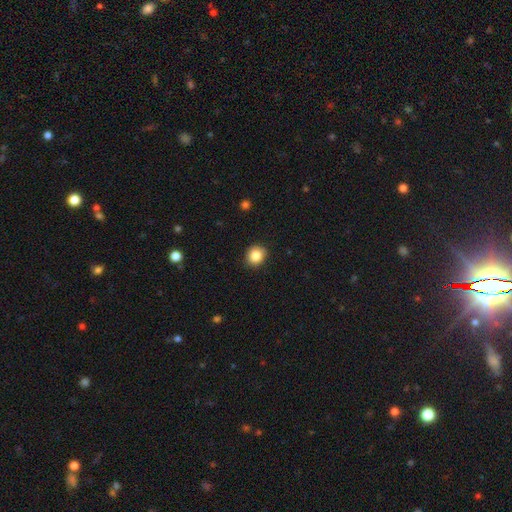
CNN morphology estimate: smooth-or-featured: smooth: 85% | star or artifact: 9% | featured or disk: 6%
  how-rounded: round: 76% | in between: 23% | cigar-shaped: 1%
  merging: none: 90% | minor disturbance: 7% | major disturbance: 2% | merger: 1%